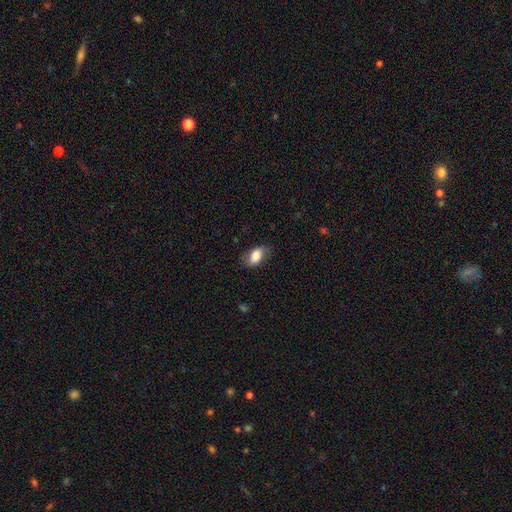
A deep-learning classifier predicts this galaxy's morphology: This appears to be a smooth galaxy with no disk features (77%) that is in between round and cigar-shaped (90%). Merging: none (74%).